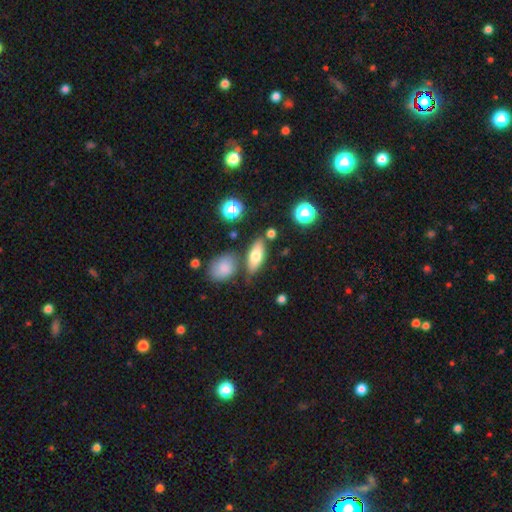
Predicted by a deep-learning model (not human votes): smooth_or_featured: smooth (p=0.69) [alt: featured or disk p=0.22]
how_rounded: in between (p=0.73) [alt: cigar-shaped p=0.23]
merging: none (p=0.72) [alt: minor disturbance p=0.14]